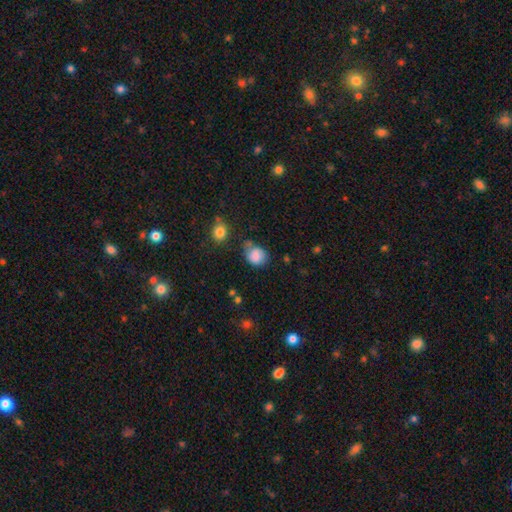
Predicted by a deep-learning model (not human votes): Overall: smooth (76%). How rounded: round (60%; in between 39%). Merging: none (55%; minor disturbance 27%).